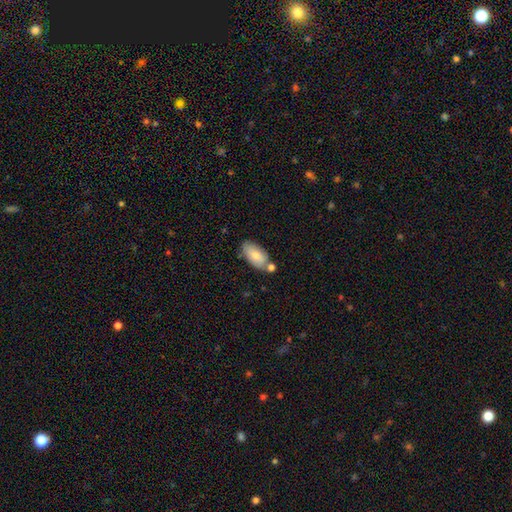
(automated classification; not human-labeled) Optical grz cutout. It shows a smooth galaxy with no disk features (78%) that is in between round and cigar-shaped (93%). Merging: none (62%).